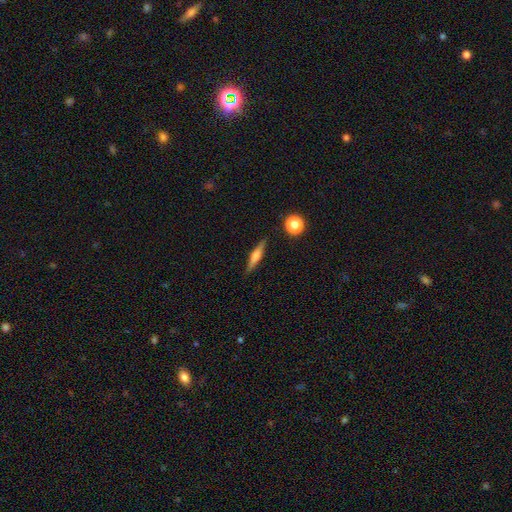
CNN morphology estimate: Smooth or featured? Predicted: featured or disk (p=0.51). Edge-on disk? Predicted: yes (p=0.96). Merging? Predicted: none (p=0.89).